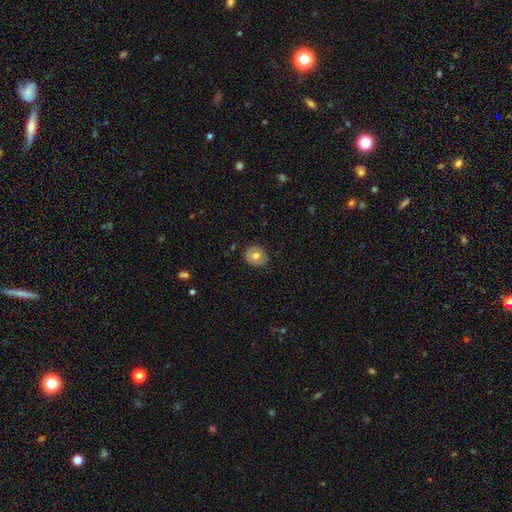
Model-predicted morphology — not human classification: smooth-or-featured: smooth: 65% | featured or disk: 28% | star or artifact: 8%
  how-rounded: round: 80% | in between: 19% | cigar-shaped: 1%
  merging: none: 86% | minor disturbance: 11% | major disturbance: 2% | merger: 1%